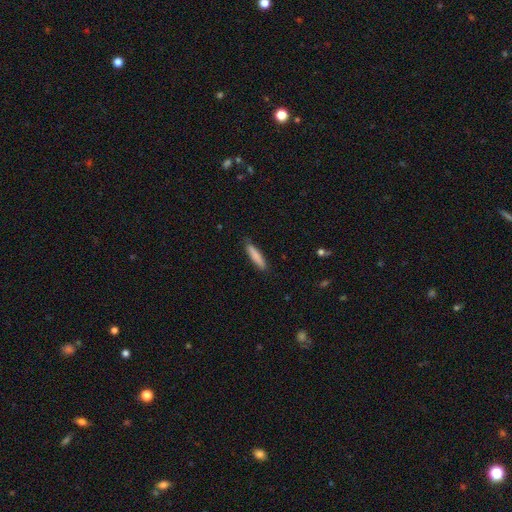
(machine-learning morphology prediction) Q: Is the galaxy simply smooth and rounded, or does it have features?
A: smooth — 83%.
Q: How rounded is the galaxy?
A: cigar-shaped — 86%.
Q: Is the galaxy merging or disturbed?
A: none — 85%.